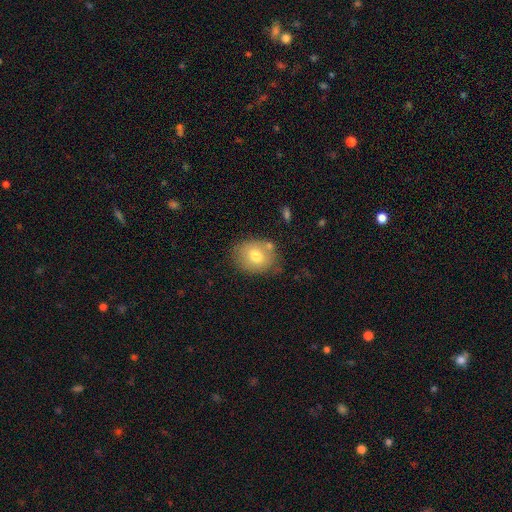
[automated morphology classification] Smooth or featured: smooth — 71% (featured or disk — 20%)
How rounded: round — 52% (in between — 47%)
Merging: none — 70% (minor disturbance — 18%)